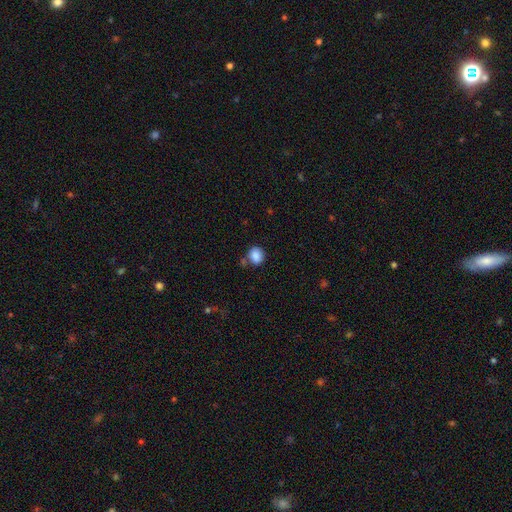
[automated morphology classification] Smooth or featured? smooth (87%)
How rounded? round (70%)
Merging? none (67%)